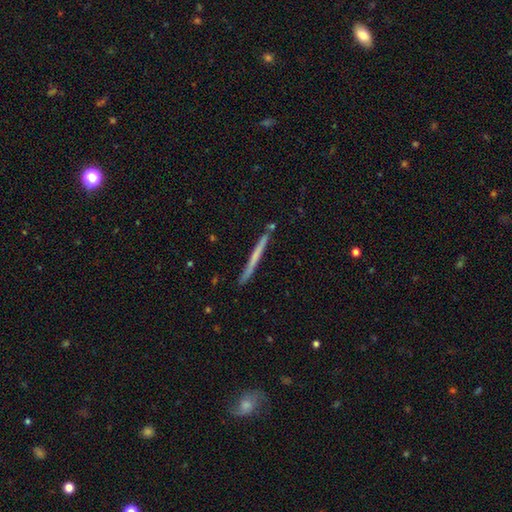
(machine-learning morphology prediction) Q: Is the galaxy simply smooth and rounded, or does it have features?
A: featured or disk — 50%.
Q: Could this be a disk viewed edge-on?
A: yes — 98%.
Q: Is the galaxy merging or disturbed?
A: none — 89%.